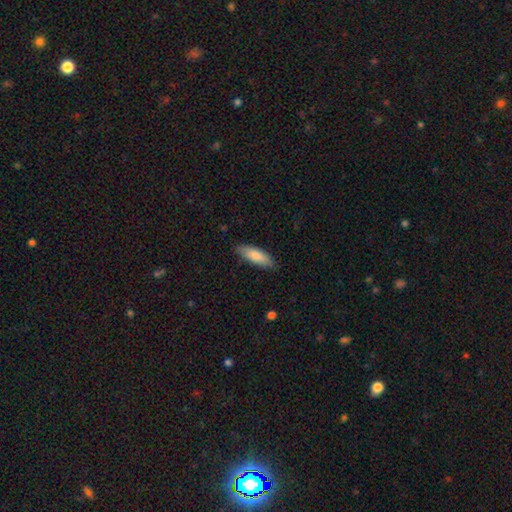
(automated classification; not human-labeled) Q: Smooth or featured?
A: smooth (83%); runner-up: featured or disk (12%)
Q: How rounded?
A: in between (60%); runner-up: cigar-shaped (39%)
Q: Merging?
A: none (84%); runner-up: minor disturbance (13%)